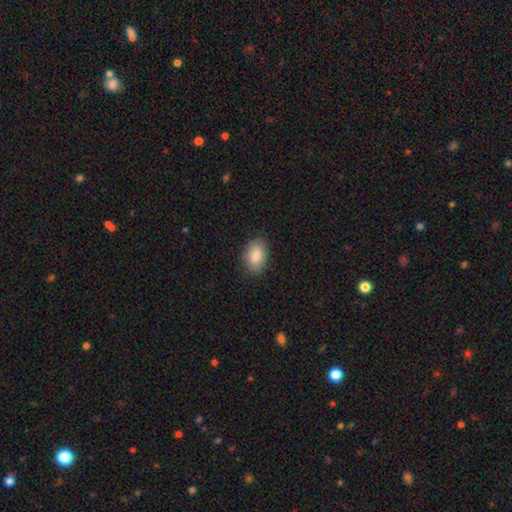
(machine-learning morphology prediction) type=smooth (86%); roundness=in between (88%); merging=none (85%).